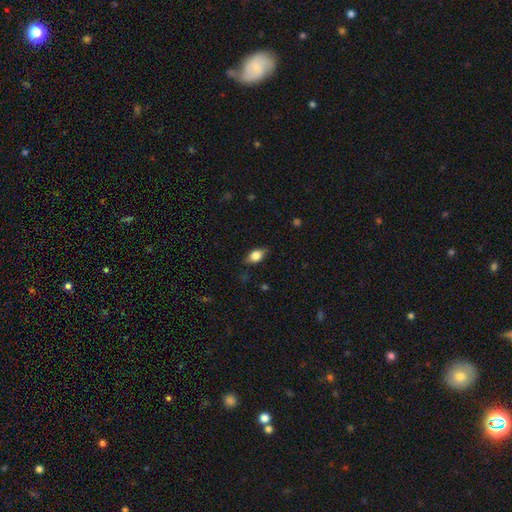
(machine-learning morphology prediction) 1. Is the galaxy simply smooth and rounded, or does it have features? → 75% smooth, 17% featured or disk, 8% star or artifact.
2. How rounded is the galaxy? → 84% in between, 10% round, 6% cigar-shaped.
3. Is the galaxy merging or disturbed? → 81% none, 15% minor disturbance, 3% major disturbance, 1% merger.